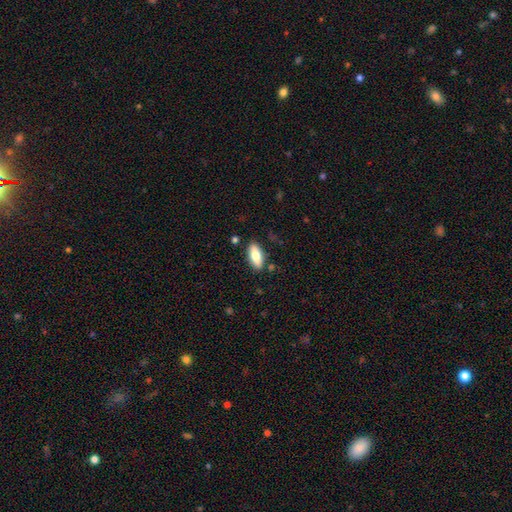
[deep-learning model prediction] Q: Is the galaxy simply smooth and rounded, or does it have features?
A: smooth — 75%.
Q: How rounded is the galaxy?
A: in between — 79%.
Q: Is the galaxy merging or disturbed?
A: none — 86%.